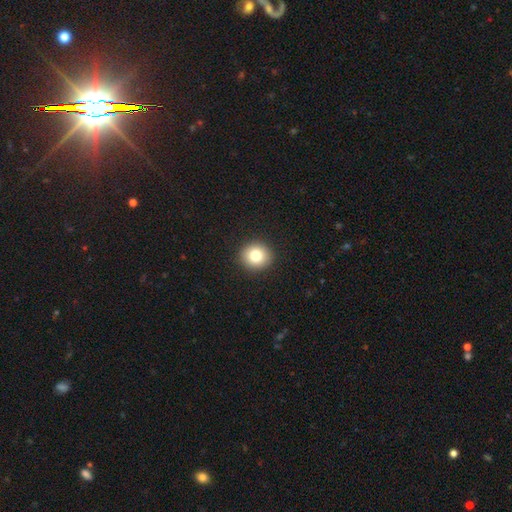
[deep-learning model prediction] A smooth galaxy with no disk features (82%) that is round (85%).

Vote fractions:
- Smooth or featured? smooth: 82% / star or artifact: 10% / featured or disk: 8%
- How rounded? round: 85% / in between: 15% / cigar-shaped: 1%
- Merging? none: 92% / minor disturbance: 6% / major disturbance: 2% / merger: 1%